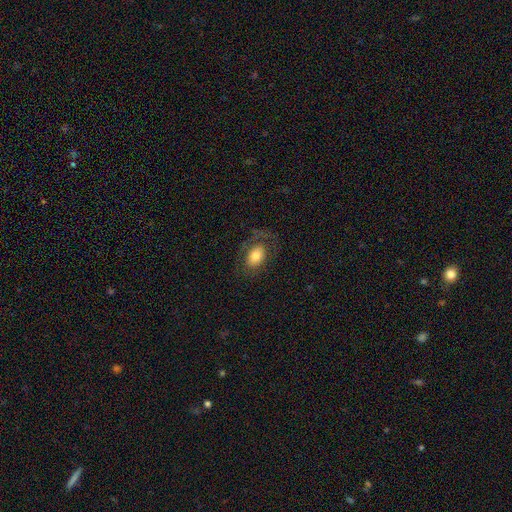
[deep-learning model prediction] A smooth galaxy with no disk features (66%) that is in between round and cigar-shaped (84%). Merging: none (65%).